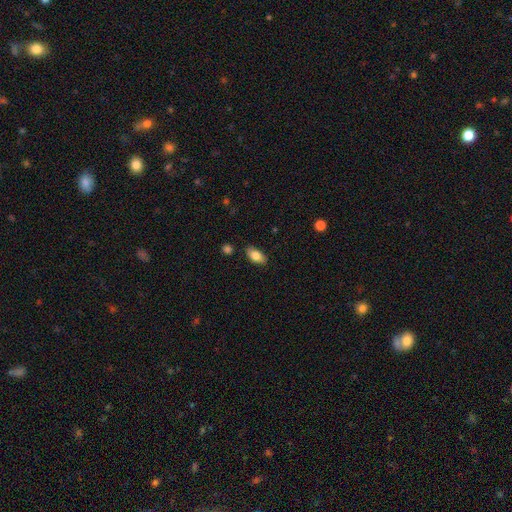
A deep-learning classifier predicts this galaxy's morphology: smooth 81%, featured or disk 12%, star or artifact 7%. Down the decision tree: how rounded — in between (91%); merging — none (85%).